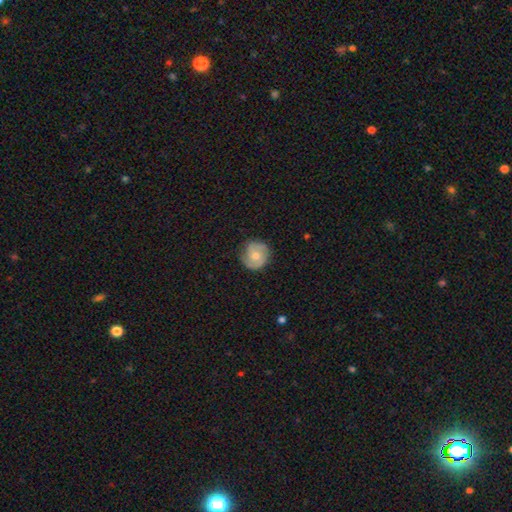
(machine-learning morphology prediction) A featured or disk galaxy (63%) with no bar (68%), 2 (77%) tight (50%) spiral arms (92%) and a moderate central bulge (62%). Merging: none (80%).